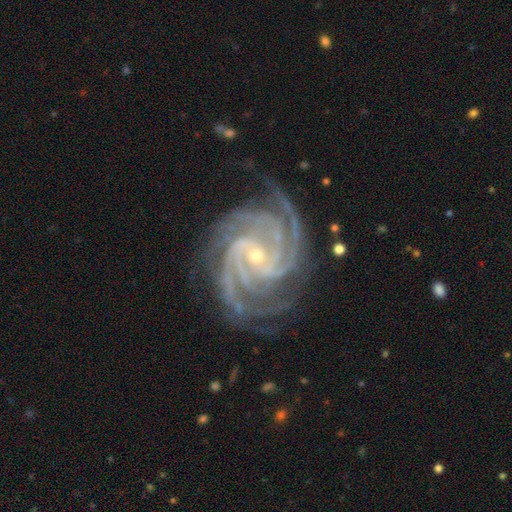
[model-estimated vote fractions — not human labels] A featured or disk galaxy (94%) with no bar (48%), 4 (38%) tight (74%) spiral arms (99%) and a small central bulge (75%).

Vote fractions:
- Smooth or featured? featured or disk: 94% / star or artifact: 4% / smooth: 2%
- Edge-on disk? no: 98% / yes: 2%
- Bar? no: 48% / weak: 33% / strong: 19%
- Spiral arms? yes: 99% / no: 1%
- Spiral winding? tight: 74% / medium: 24% / loose: 2%
- Spiral arm count? 4: 38% / 3: 18% / more than 4: 17% / can't tell: 10% / 2: 9% / 1: 7%
- Bulge size? small: 75% / moderate: 22% / none: 1% / large: 1% / dominant: 1%
- Merging? none: 80% / minor disturbance: 14% / major disturbance: 5% / merger: 1%